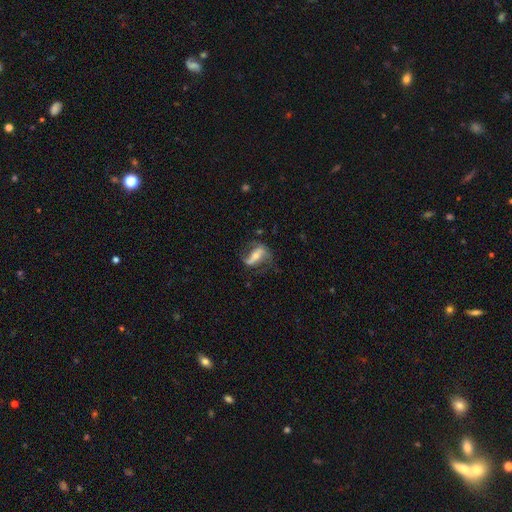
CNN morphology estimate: Q: Smooth or featured?
A: featured or disk (74%); runner-up: smooth (19%)
Q: Edge-on disk?
A: no (89%); runner-up: yes (11%)
Q: Bar?
A: strong (52%); runner-up: weak (27%)
Q: Spiral arms?
A: yes (85%); runner-up: no (15%)
Q: Spiral winding?
A: loose (55%); runner-up: medium (32%)
Q: Spiral arm count?
A: 2 (81%); runner-up: 1 (9%)
Q: Bulge size?
A: small (46%); runner-up: moderate (45%)
Q: Merging?
A: none (58%); runner-up: minor disturbance (21%)